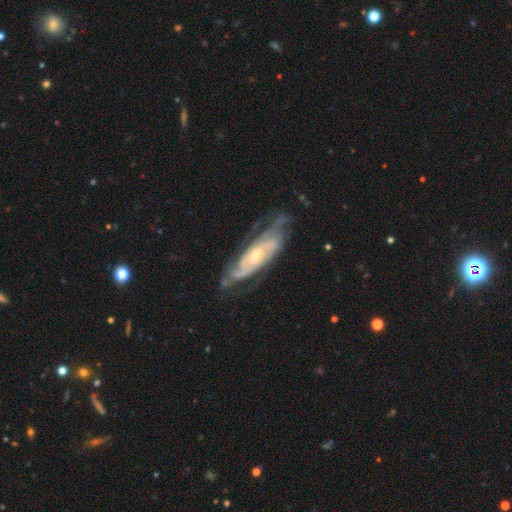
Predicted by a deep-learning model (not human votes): This appears to be a featured or disk galaxy (84%) with no bar (63%), tight (60%) spiral arms (94%) and a small central bulge (50%). Merging: none (63%).